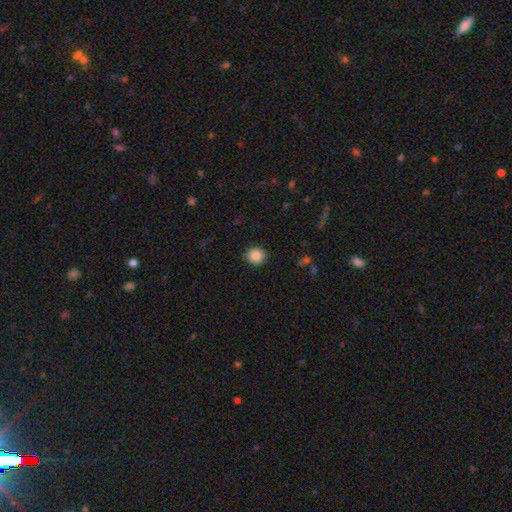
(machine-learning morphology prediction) A smooth galaxy with no disk features (87%) that is round (85%).

Vote fractions:
- Smooth or featured? smooth: 87% / star or artifact: 9% / featured or disk: 3%
- How rounded? round: 85% / in between: 14% / cigar-shaped: 1%
- Merging? none: 90% / minor disturbance: 7% / major disturbance: 2% / merger: 1%